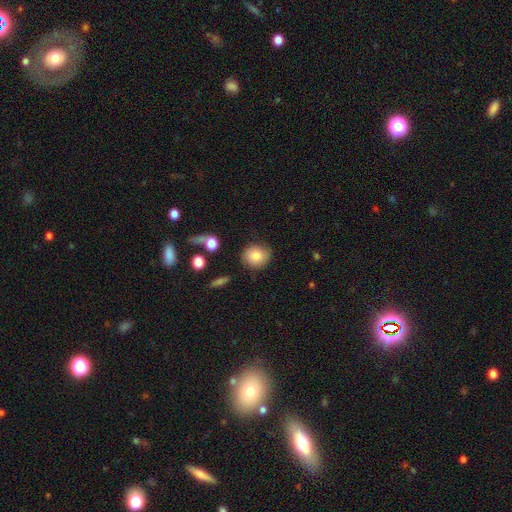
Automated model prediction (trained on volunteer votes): A smooth galaxy with no disk features (82%) that is round (79%). Merging: none (82%).